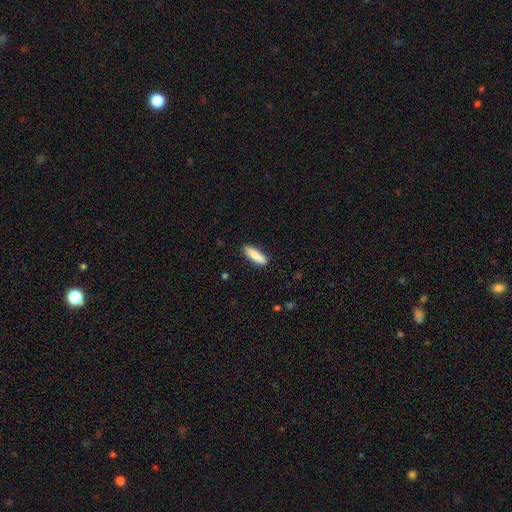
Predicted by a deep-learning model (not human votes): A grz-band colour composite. It shows a smooth galaxy with no disk features (87%) that is cigar-shaped (67%). Merging: none (88%).